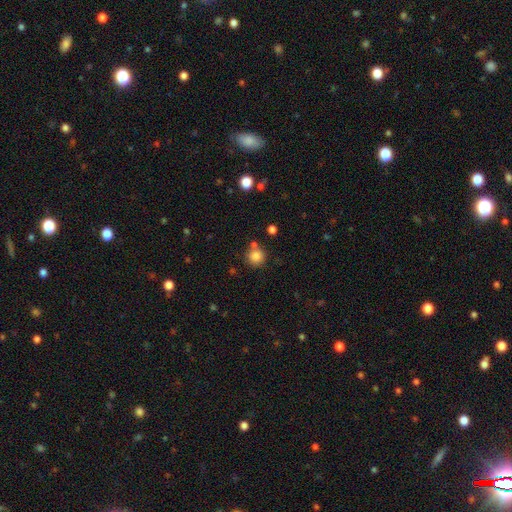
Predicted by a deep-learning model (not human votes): smooth-or-featured: smooth: 84% | star or artifact: 11% | featured or disk: 5%
  how-rounded: round: 93% | in between: 6% | cigar-shaped: 1%
  merging: none: 73% | merger: 13% | minor disturbance: 10% | major disturbance: 4%